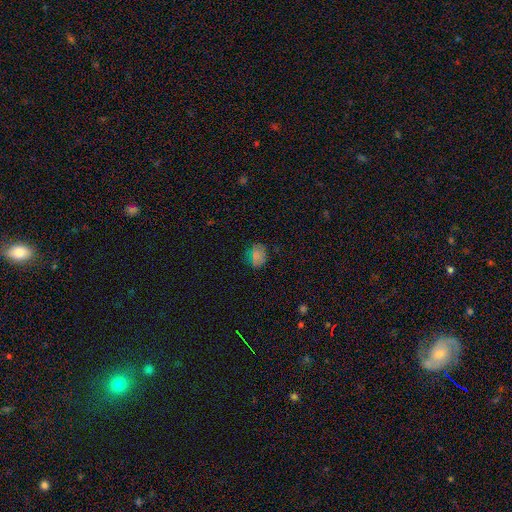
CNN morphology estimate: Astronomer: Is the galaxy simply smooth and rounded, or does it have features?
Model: smooth — 65%.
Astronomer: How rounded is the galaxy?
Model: in between — 51% (runner-up: round, 47%).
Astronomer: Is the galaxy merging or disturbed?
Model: none — 74%.